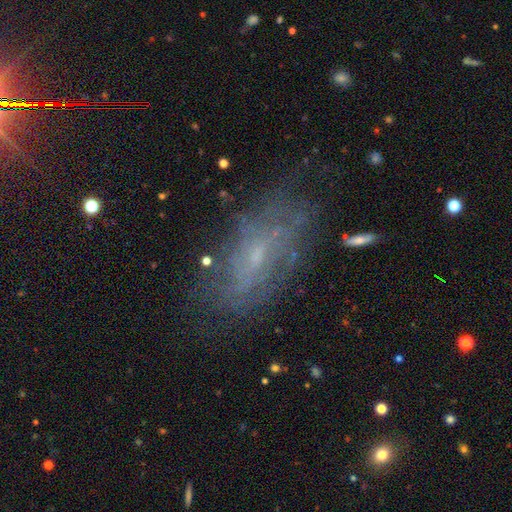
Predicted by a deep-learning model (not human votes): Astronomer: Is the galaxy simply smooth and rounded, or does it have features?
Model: featured or disk — 59%.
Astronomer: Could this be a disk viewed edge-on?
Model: no — 86%.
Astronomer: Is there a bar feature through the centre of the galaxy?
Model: no — 56% (runner-up: weak, 36%).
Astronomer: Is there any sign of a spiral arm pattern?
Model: yes — 71%.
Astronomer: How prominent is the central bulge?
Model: small — 72%.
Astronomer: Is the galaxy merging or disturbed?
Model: none — 70%.